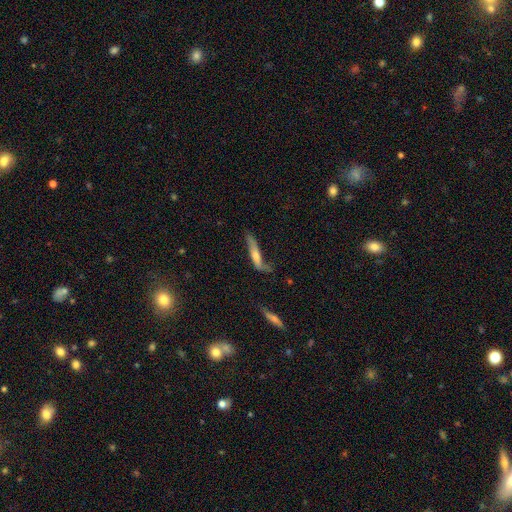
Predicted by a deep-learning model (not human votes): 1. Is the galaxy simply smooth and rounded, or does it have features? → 51% featured or disk, 41% smooth, 8% star or artifact.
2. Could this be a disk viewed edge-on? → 70% yes, 30% no.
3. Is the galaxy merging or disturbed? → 44% none, 30% minor disturbance, 20% major disturbance, 6% merger.